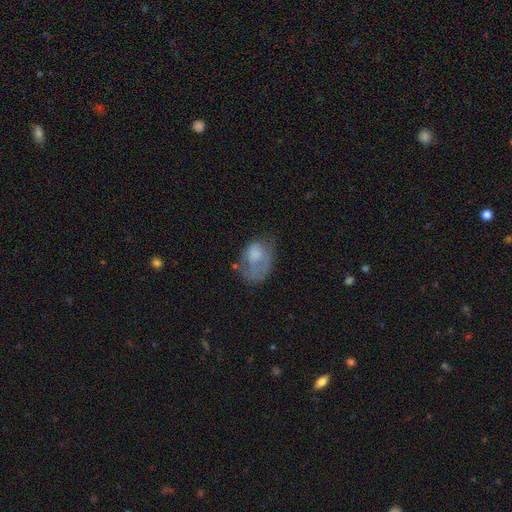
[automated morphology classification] This is likely a smooth galaxy (61%). How rounded: likely in between (75%). Merging: marginally major disturbance (39%).